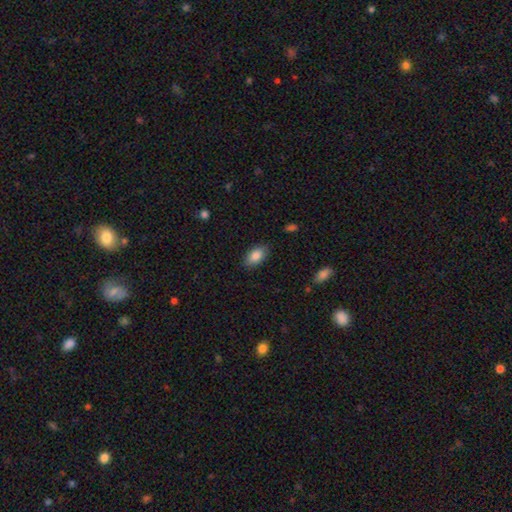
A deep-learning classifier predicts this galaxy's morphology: A smooth galaxy with no disk features (85%) that is in between round and cigar-shaped (92%).

Vote fractions:
- Smooth or featured? smooth: 85% / featured or disk: 7% / star or artifact: 7%
- How rounded? in between: 92% / round: 6% / cigar-shaped: 3%
- Merging? none: 86% / minor disturbance: 11% / major disturbance: 2% / merger: 1%